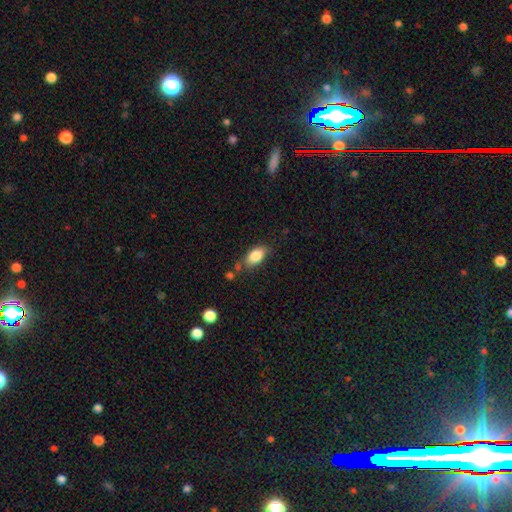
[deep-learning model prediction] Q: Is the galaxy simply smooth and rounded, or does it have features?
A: smooth — 83%.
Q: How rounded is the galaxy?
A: in between — 90%.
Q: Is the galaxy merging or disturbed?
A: none — 64%.